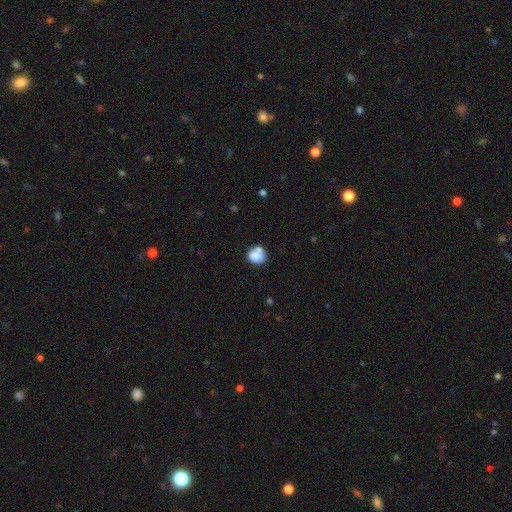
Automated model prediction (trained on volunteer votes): Smooth or featured?
  - smooth: 79% *
  - featured or disk: 12%
  - star or artifact: 9%
How rounded?
  - round: 78% *
  - in between: 21%
  - cigar-shaped: 1%
Merging?
  - none: 51% *
  - merger: 27%
  - minor disturbance: 17%
  - major disturbance: 6%